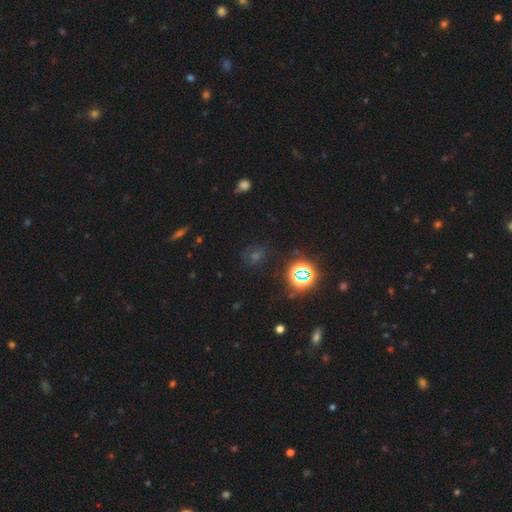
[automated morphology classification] star or artifact 53%, smooth 37%, featured or disk 9%.